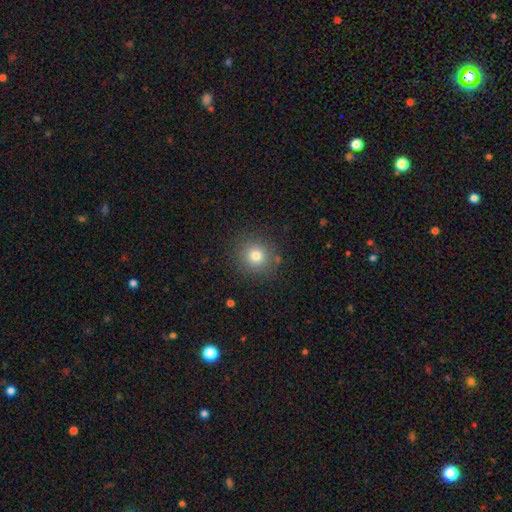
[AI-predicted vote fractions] The model was most divided on "smooth or featured": smooth: 78%, star or artifact: 13%, featured or disk: 9%. More confident: how rounded — round (91%); merging — none (86%).